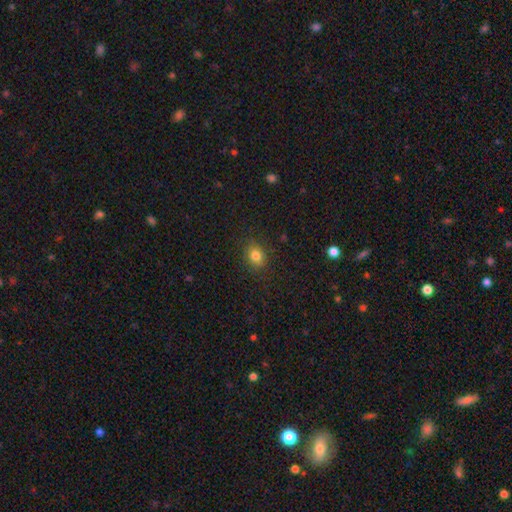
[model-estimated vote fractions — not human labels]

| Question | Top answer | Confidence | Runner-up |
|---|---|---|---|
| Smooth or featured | smooth | 81% | star or artifact (12%) |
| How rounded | in between | 52% | round (47%) |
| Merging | none | 86% | minor disturbance (10%) |